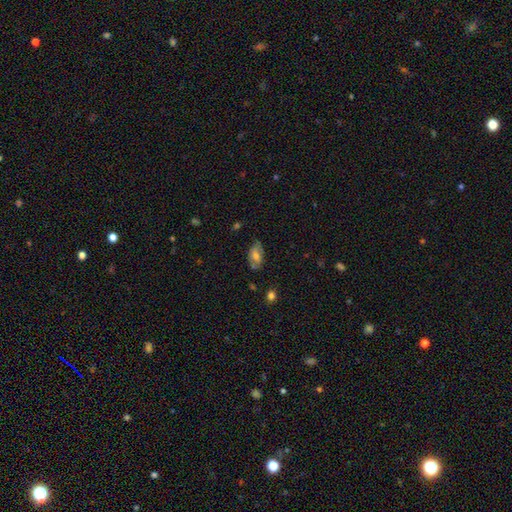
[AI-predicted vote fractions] smooth 56%, featured or disk 35%, star or artifact 9%. Down the decision tree: how rounded — in between (91%); merging — none (69%).